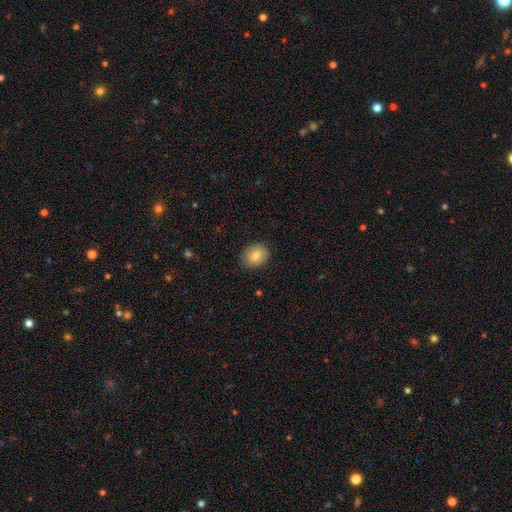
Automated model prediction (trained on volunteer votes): The model was most divided on "how rounded": round: 54%, in between: 45%, cigar-shaped: 1%. More confident: merging — none (87%); smooth or featured — smooth (82%).